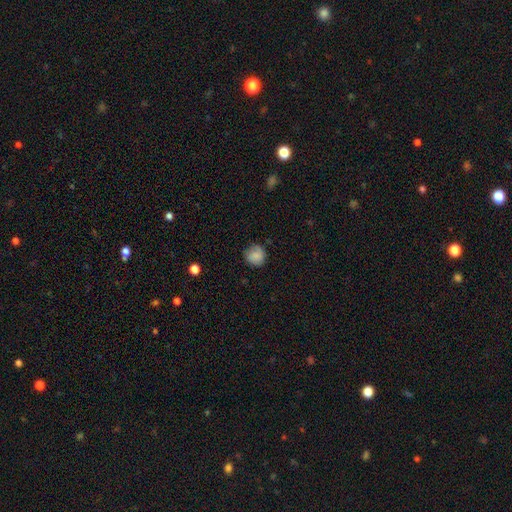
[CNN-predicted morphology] A smooth galaxy with no disk features (82%) that is round (88%).

Vote fractions:
- Smooth or featured? smooth: 82% / featured or disk: 9% / star or artifact: 9%
- How rounded? round: 88% / in between: 11% / cigar-shaped: 1%
- Merging? none: 74% / minor disturbance: 20% / major disturbance: 5% / merger: 1%